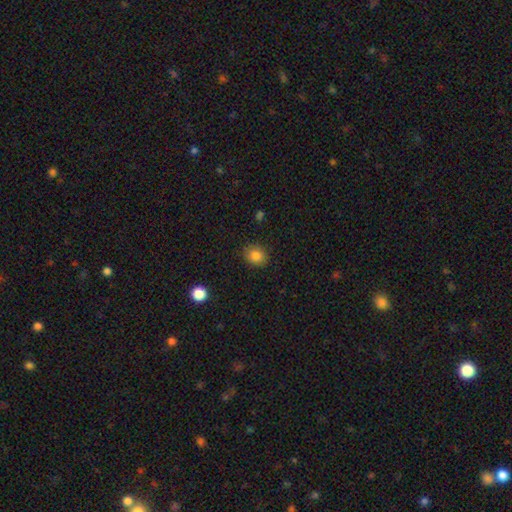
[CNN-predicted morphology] smooth-or-featured: smooth: 83% | star or artifact: 11% | featured or disk: 6%
  how-rounded: round: 72% | in between: 27% | cigar-shaped: 1%
  merging: none: 89% | minor disturbance: 8% | major disturbance: 2% | merger: 1%